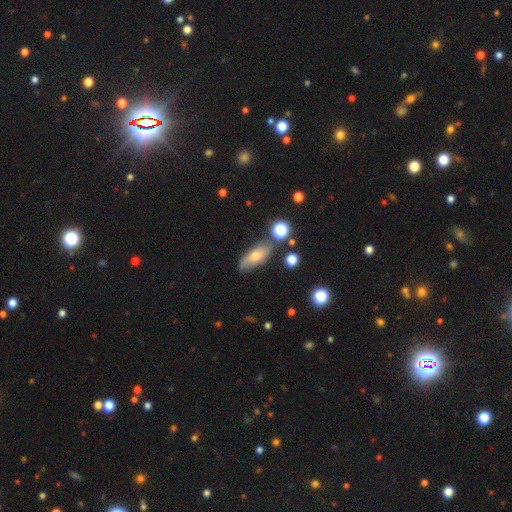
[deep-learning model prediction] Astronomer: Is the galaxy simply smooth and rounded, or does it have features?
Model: smooth — 62%.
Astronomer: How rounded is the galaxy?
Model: in between — 74%.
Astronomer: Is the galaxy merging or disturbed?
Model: none — 67%.